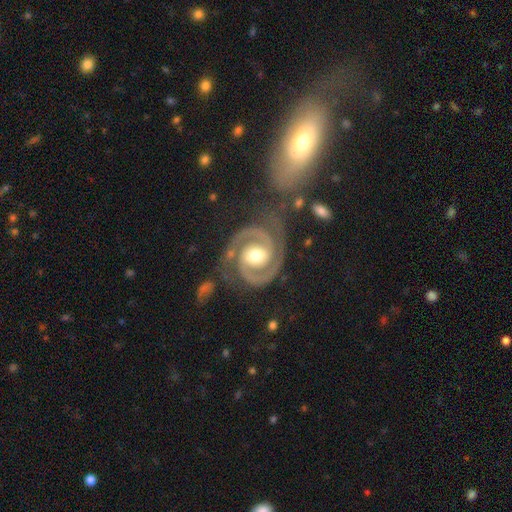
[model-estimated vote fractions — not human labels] Smooth or featured? featured or disk (93%)
Edge-on disk? no (98%)
Bar? no (38%)
Spiral arms? yes (98%)
Spiral winding? tight (59%)
Spiral arm count? 2 (94%)
Bulge size? moderate (70%)
Merging? none (75%)